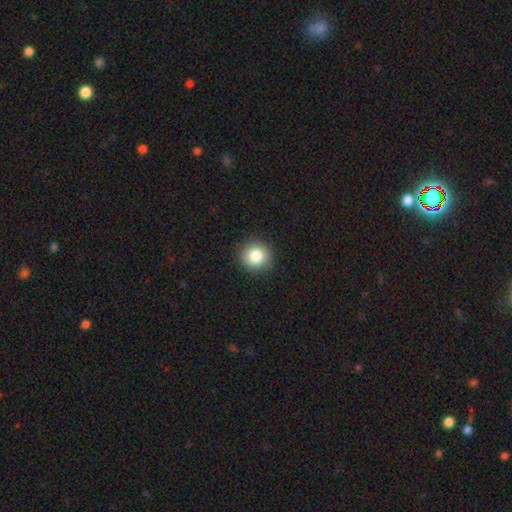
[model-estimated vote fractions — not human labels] This is clearly a smooth galaxy (82%). How rounded: clearly round (92%). Merging: clearly none (91%).